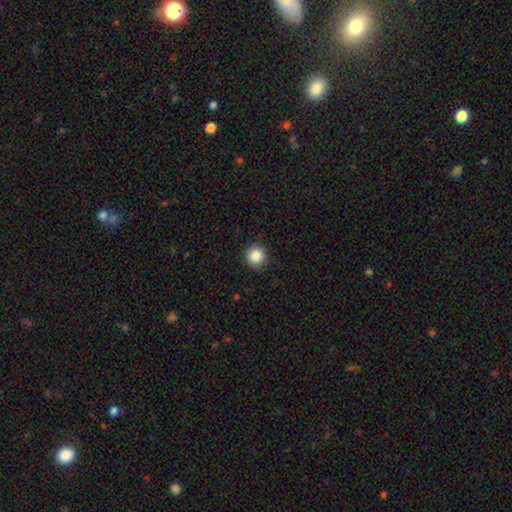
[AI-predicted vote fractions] Overall: smooth (86%). How rounded: round (95%). Merging: none (92%).